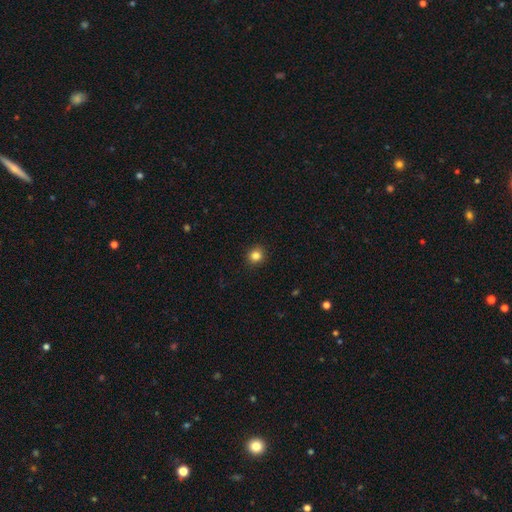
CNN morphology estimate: This is clearly a smooth galaxy (84%). How rounded: clearly round (87%). Merging: clearly none (92%).